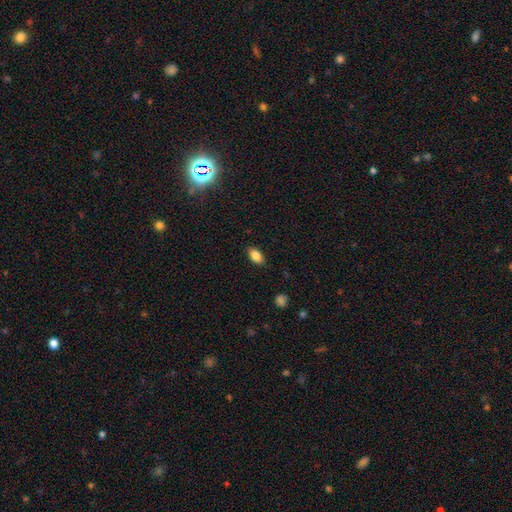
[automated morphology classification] Smooth or featured: smooth — 85% (star or artifact — 9%)
How rounded: in between — 90% (round — 8%)
Merging: none — 86% (minor disturbance — 10%)